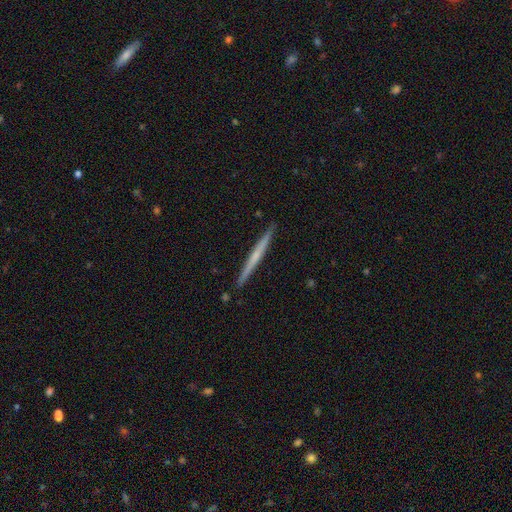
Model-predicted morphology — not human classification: This is possibly a featured or disk galaxy (58%). It is clearly viewed edge-on (98%). Edge-on bulge: likely none (63%). Merging: clearly none (91%).